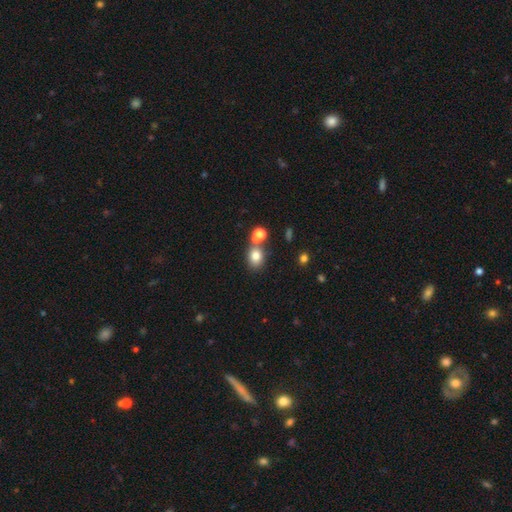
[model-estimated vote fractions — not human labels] Smooth or featured? Predicted: smooth (p=0.78). How rounded? Predicted: round (p=0.50). Merging? Predicted: none (p=0.56).